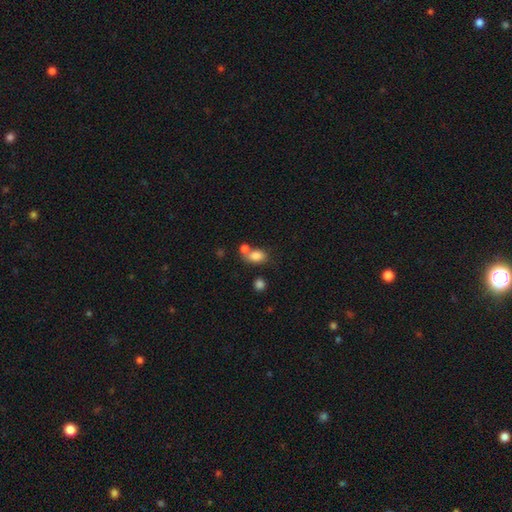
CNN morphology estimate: Smooth or featured?
  - smooth: 82% *
  - star or artifact: 10%
  - featured or disk: 8%
How rounded?
  - in between: 73% *
  - round: 25%
  - cigar-shaped: 2%
Merging?
  - none: 48% *
  - merger: 34%
  - minor disturbance: 13%
  - major disturbance: 5%